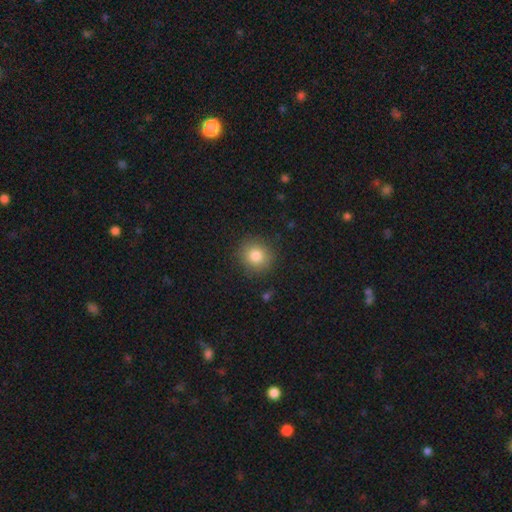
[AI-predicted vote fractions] smooth 82%, star or artifact 11%, featured or disk 7%. Down the decision tree: how rounded — round (88%); merging — none (88%).